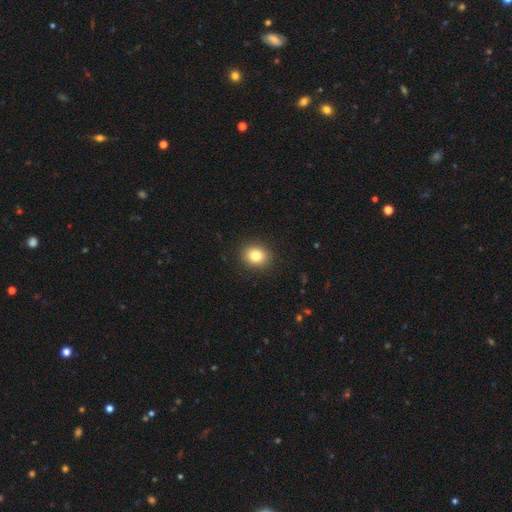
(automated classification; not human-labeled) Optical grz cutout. It shows a smooth galaxy with no disk features (82%) that is round (70%). Merging: none (91%).